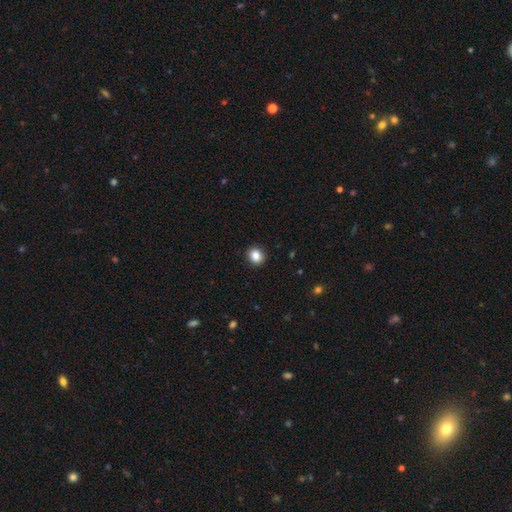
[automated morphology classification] Smooth or featured: smooth — 85% (star or artifact — 10%)
How rounded: round — 80% (in between — 19%)
Merging: none — 92% (minor disturbance — 5%)